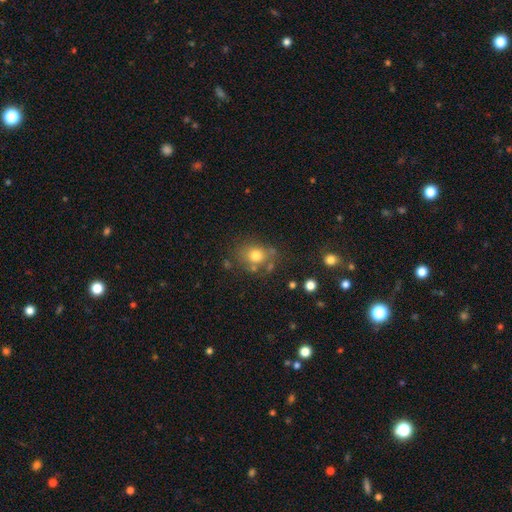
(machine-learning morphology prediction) A smooth galaxy with no disk features (74%) that is round (60%). Merging: none (64%).